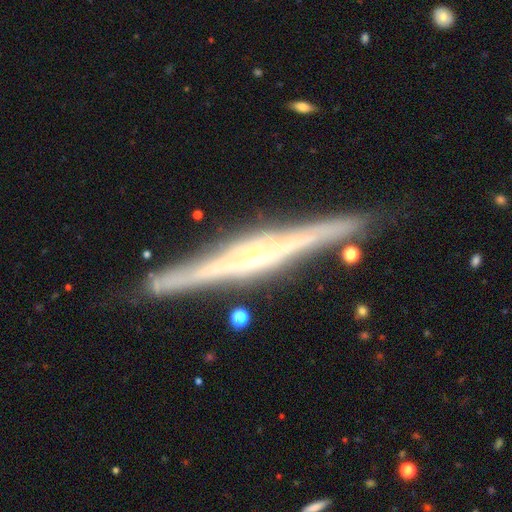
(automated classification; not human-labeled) Morphology: type=featured or disk (89%); edge-on=yes (98%); edge-on bulge=rounded (48%); merging=none (88%).